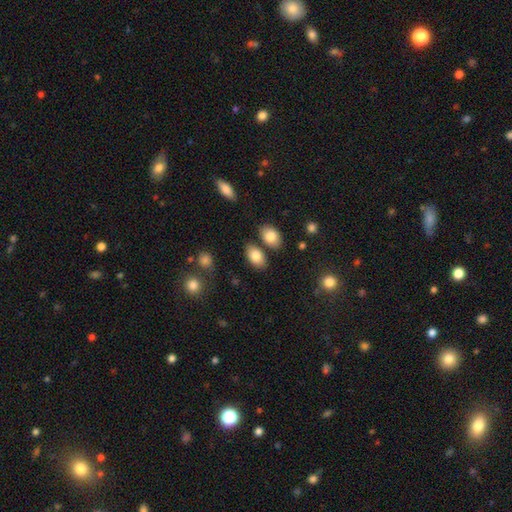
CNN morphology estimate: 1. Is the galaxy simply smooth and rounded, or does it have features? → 84% smooth, 9% featured or disk, 7% star or artifact.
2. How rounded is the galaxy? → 92% in between, 7% round, 2% cigar-shaped.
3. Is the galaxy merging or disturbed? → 73% none, 12% merger, 11% minor disturbance, 3% major disturbance.